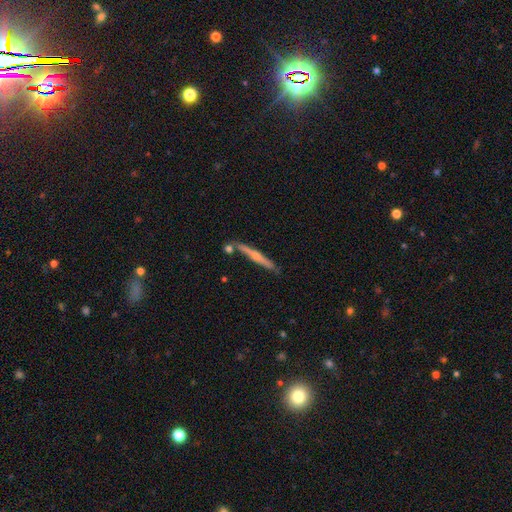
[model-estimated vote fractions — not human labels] Smooth or featured?
  - featured or disk: 62% *
  - smooth: 32%
  - star or artifact: 6%
Edge-on disk?
  - yes: 97% *
  - no: 3%
Edge-on bulge?
  - rounded: 72% *
  - none: 21%
  - boxy: 7%
Merging?
  - none: 78% *
  - minor disturbance: 11%
  - merger: 8%
  - major disturbance: 2%